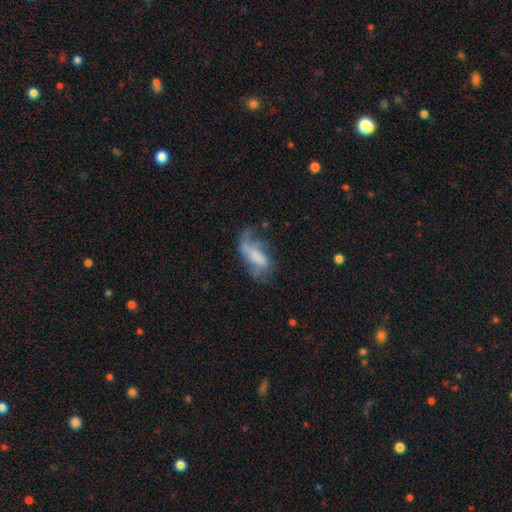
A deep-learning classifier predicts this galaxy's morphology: Smooth or featured? Predicted: featured or disk (p=0.47). Merging? Predicted: major disturbance (p=0.40).